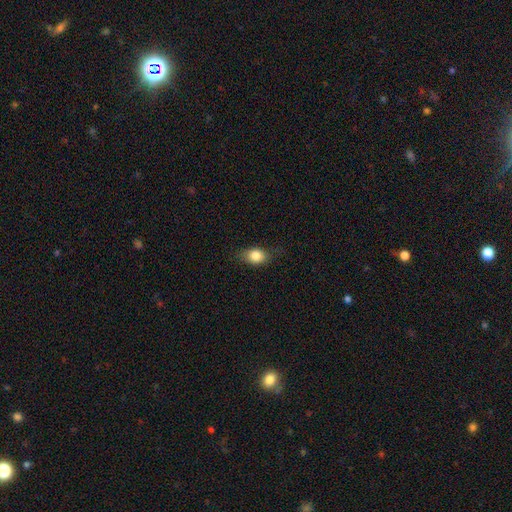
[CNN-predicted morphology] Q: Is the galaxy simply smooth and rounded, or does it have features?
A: smooth — 81%.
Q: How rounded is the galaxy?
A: in between — 70%.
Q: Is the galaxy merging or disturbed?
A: none — 76%.